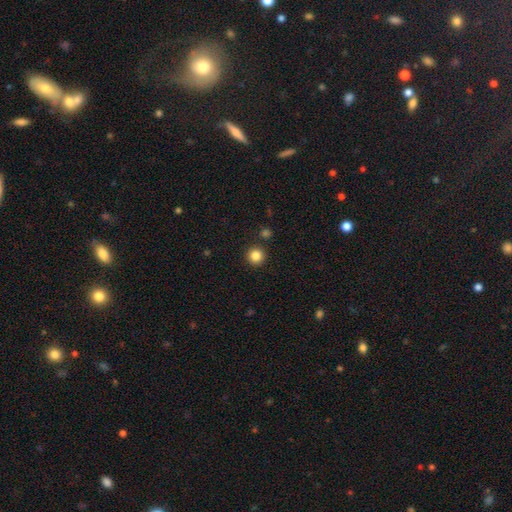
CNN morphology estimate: A smooth galaxy with no disk features (84%) that is round (95%). Merging: none (90%).